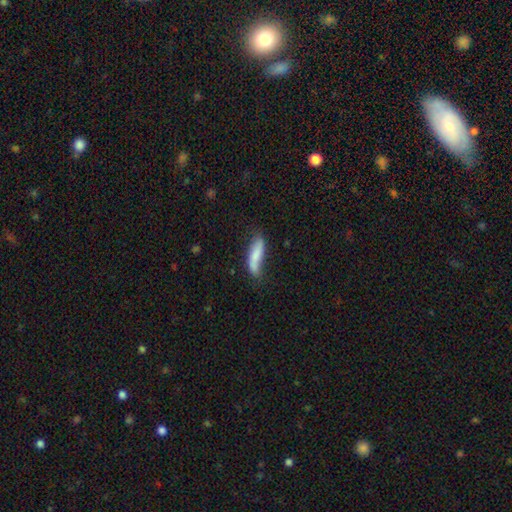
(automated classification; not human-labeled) Q: Smooth or featured?
A: smooth (74%); runner-up: featured or disk (19%)
Q: How rounded?
A: cigar-shaped (57%); runner-up: in between (41%)
Q: Merging?
A: none (53%); runner-up: minor disturbance (31%)